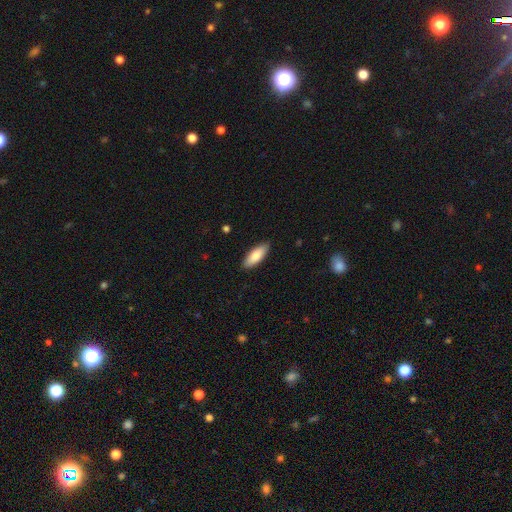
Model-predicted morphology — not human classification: type=smooth (84%); roundness=in between (70%); merging=none (88%).